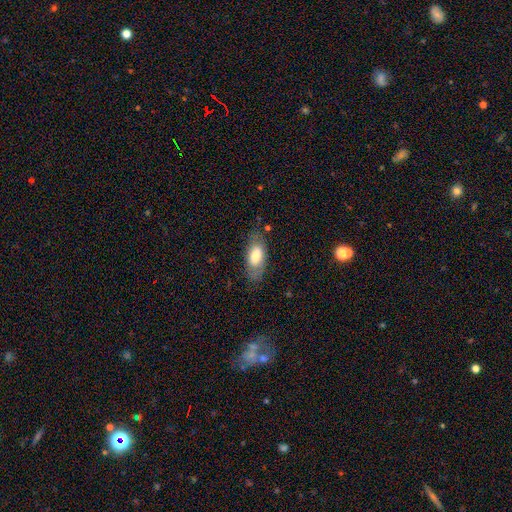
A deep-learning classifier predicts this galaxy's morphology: This appears to be a smooth galaxy with no disk features (69%) that is in between round and cigar-shaped (88%). Merging: none (76%).